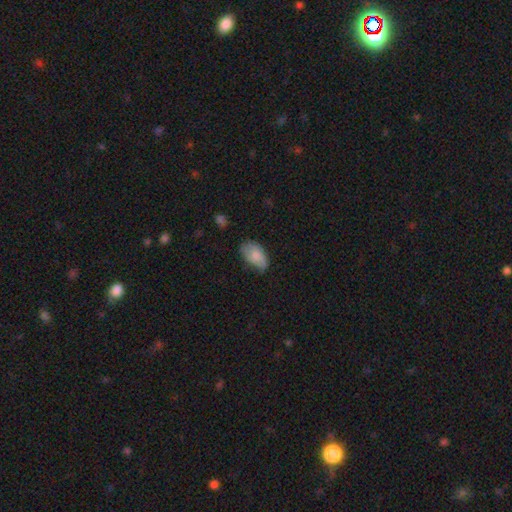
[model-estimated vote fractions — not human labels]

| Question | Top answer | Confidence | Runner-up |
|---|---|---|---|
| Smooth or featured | smooth | 80% | featured or disk (13%) |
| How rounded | in between | 93% | round (5%) |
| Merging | none | 54% | minor disturbance (35%) |